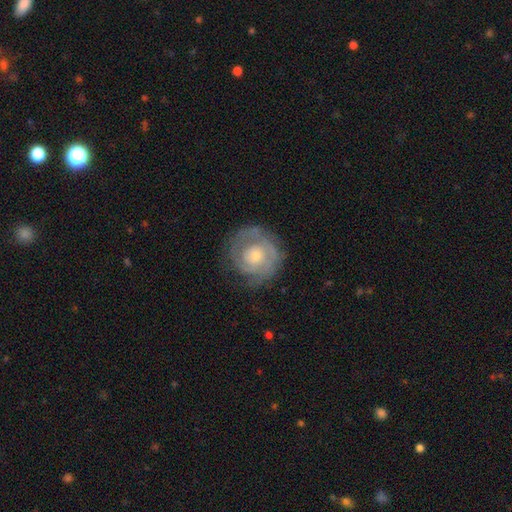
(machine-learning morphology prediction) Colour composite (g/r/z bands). It shows a featured or disk galaxy (75%) with no bar (77%), 2 (37%) tight (72%) spiral arms (88%) and a small central bulge (56%). Merging: none (74%).